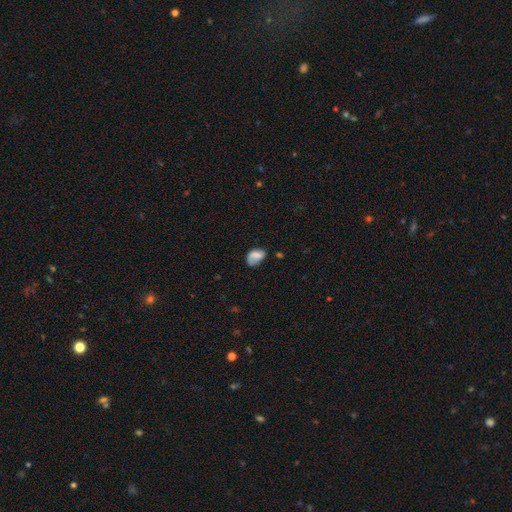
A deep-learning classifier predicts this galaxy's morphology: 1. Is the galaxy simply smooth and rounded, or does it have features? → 65% smooth, 26% featured or disk, 9% star or artifact.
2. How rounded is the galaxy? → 81% in between, 17% round, 2% cigar-shaped.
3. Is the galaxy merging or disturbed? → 42% none, 34% minor disturbance, 19% major disturbance, 5% merger.